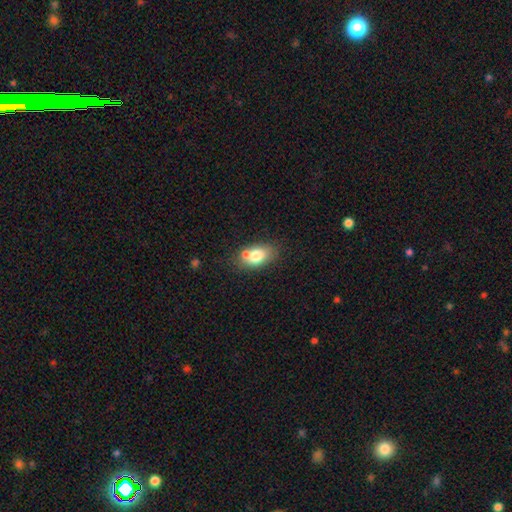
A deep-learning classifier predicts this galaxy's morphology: Smooth or featured? smooth (74%)
How rounded? in between (83%)
Merging? none (54%)